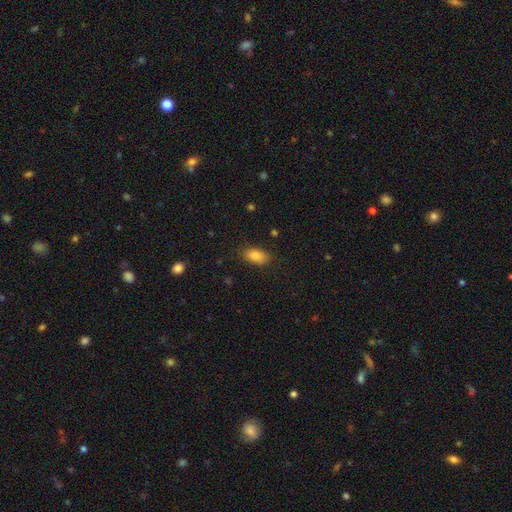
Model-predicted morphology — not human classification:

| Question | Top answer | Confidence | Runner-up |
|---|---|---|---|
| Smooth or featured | smooth | 87% | star or artifact (8%) |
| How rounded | in between | 91% | round (5%) |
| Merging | none | 81% | minor disturbance (13%) |